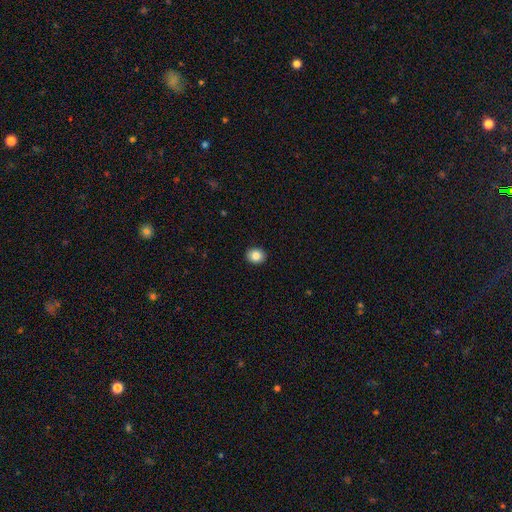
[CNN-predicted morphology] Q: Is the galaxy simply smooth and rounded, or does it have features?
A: smooth — 85%.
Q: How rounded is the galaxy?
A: round — 65%.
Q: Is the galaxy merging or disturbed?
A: none — 92%.